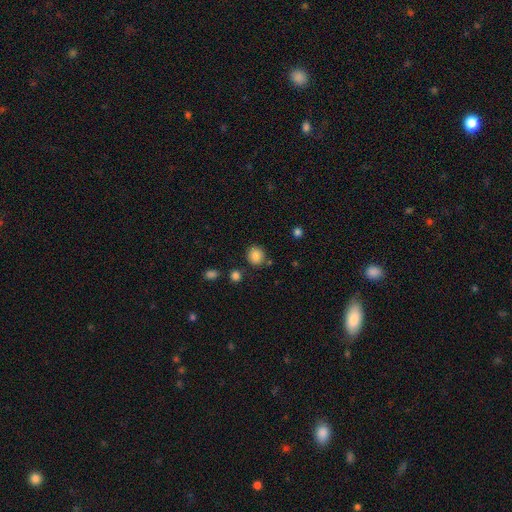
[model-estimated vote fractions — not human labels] Q: Smooth or featured?
A: smooth (86%); runner-up: star or artifact (10%)
Q: How rounded?
A: round (82%); runner-up: in between (17%)
Q: Merging?
A: none (83%); runner-up: minor disturbance (10%)